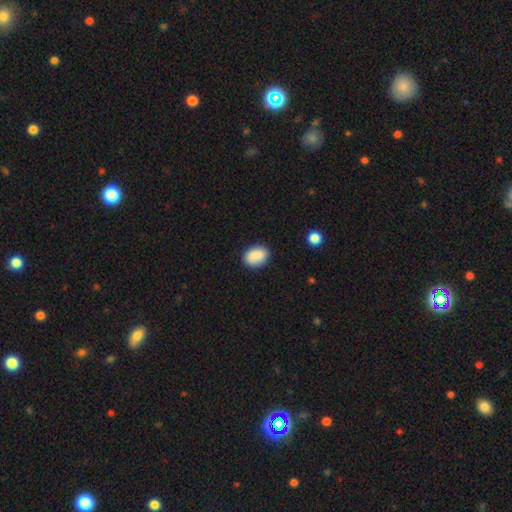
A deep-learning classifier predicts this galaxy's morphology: The model was most divided on "how rounded": in between: 68%, round: 31%, cigar-shaped: 1%. More confident: smooth or featured — smooth (88%); merging — none (84%).